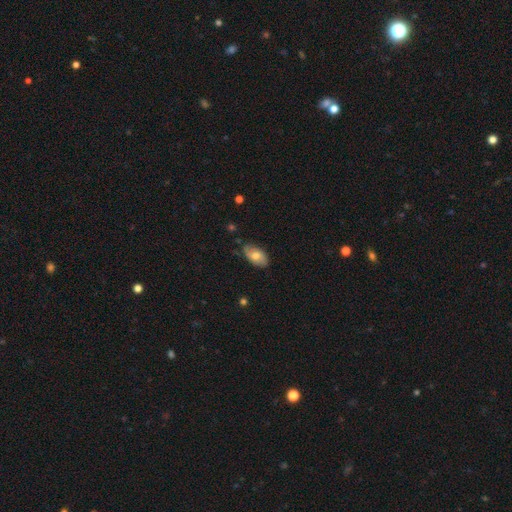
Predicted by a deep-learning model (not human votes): Smooth or featured? Predicted: smooth (p=0.65). How rounded? Predicted: in between (p=0.94). Merging? Predicted: none (p=0.77).